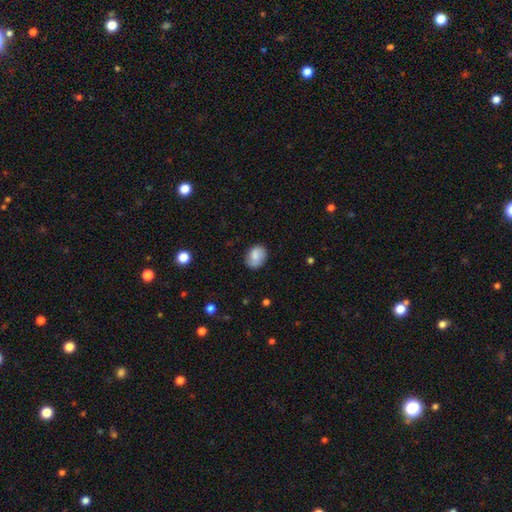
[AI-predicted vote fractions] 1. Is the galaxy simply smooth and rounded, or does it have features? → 76% smooth, 16% featured or disk, 8% star or artifact.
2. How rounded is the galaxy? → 59% in between, 40% round, 1% cigar-shaped.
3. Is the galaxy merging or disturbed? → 74% none, 20% minor disturbance, 5% major disturbance, 2% merger.